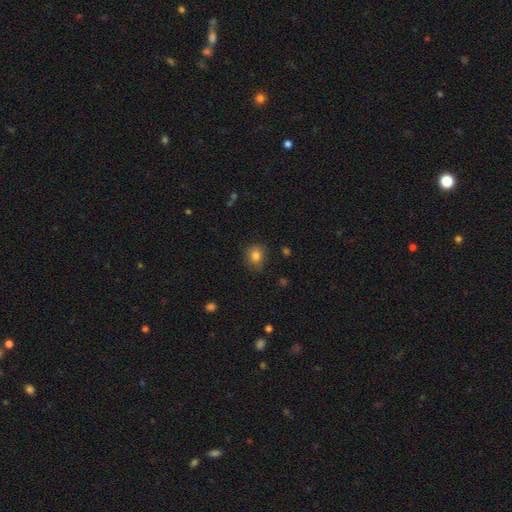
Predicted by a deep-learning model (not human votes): smooth 81%, star or artifact 10%, featured or disk 8%. Down the decision tree: how rounded — round (61%); merging — none (74%).